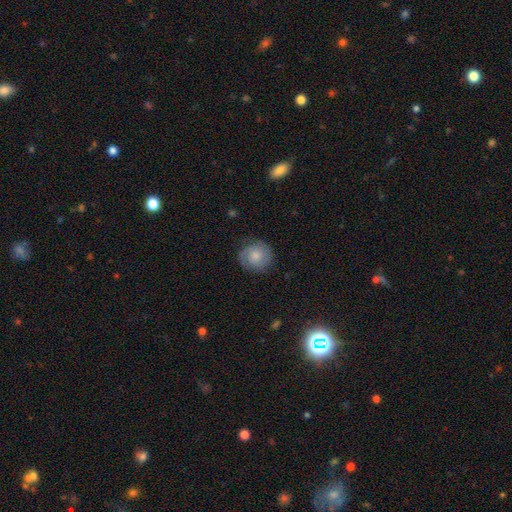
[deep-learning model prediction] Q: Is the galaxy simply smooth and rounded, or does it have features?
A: featured or disk — 50%.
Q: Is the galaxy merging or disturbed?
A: none — 80%.